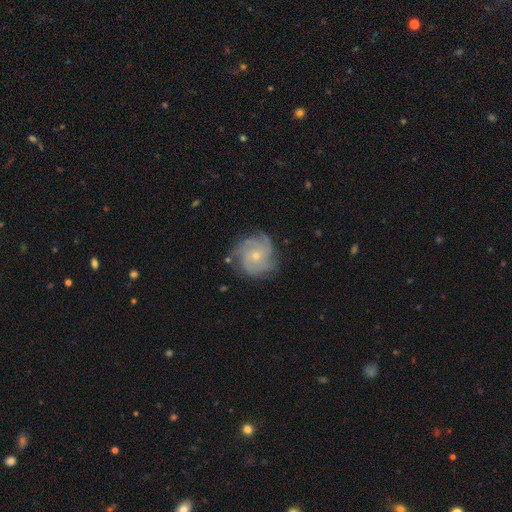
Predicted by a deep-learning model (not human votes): This is clearly a featured or disk galaxy (86%). It is clearly not viewed edge-on (98%). Bar: likely no (77%). Spiral arm pattern: clearly yes (97%). Spiral arm count: marginally 3 (33%). Spiral winding: likely tight (64%). Central bulge: likely small (67%). Merging: likely none (76%).